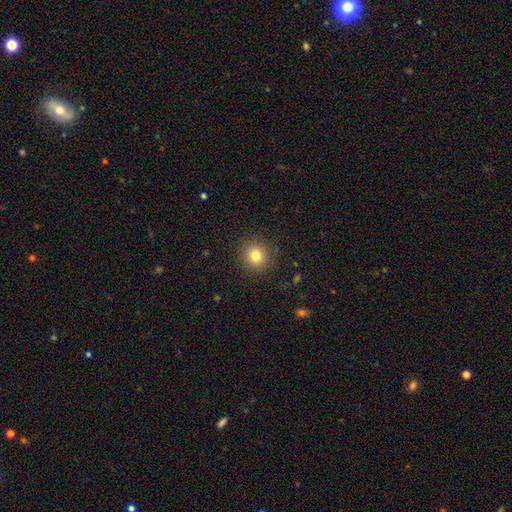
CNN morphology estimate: Smooth or featured? Predicted: smooth (p=0.80). How rounded? Predicted: round (p=0.92). Merging? Predicted: none (p=0.90).